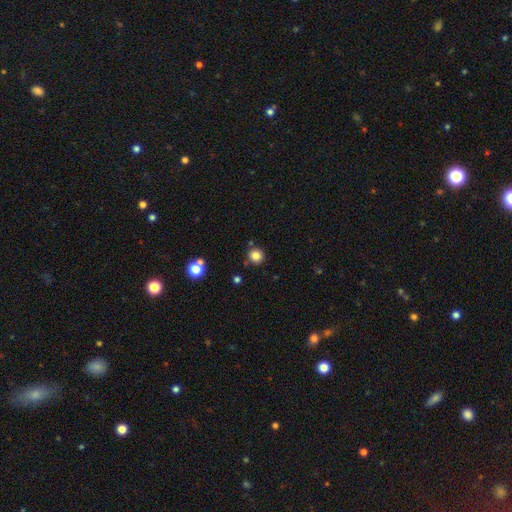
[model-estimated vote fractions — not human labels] Smooth or featured?
  - smooth: 83% *
  - star or artifact: 12%
  - featured or disk: 5%
How rounded?
  - round: 94% *
  - in between: 5%
  - cigar-shaped: 1%
Merging?
  - none: 85% *
  - minor disturbance: 8%
  - merger: 5%
  - major disturbance: 2%